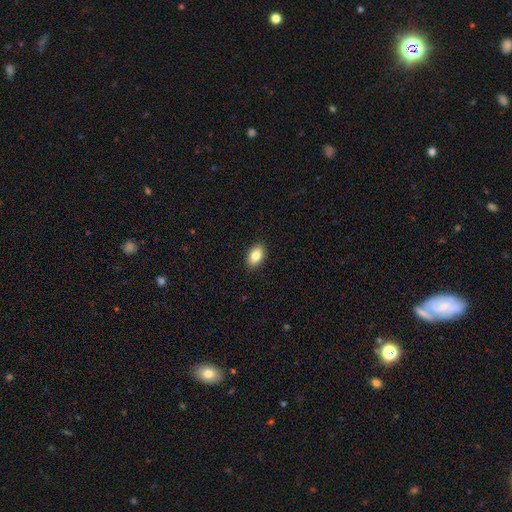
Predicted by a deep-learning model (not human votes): A smooth galaxy with no disk features (84%) that is in between round and cigar-shaped (89%).

Vote fractions:
- Smooth or featured? smooth: 84% / featured or disk: 8% / star or artifact: 8%
- How rounded? in between: 89% / round: 10% / cigar-shaped: 1%
- Merging? none: 90% / minor disturbance: 7% / major disturbance: 2% / merger: 1%